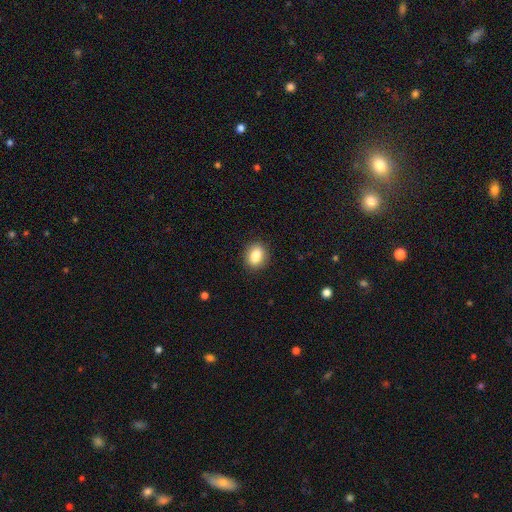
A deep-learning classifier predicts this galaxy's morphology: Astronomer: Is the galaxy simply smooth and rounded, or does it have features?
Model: smooth — 84%.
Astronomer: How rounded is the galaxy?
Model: round — 53% (runner-up: in between, 46%).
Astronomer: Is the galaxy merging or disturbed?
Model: none — 89%.